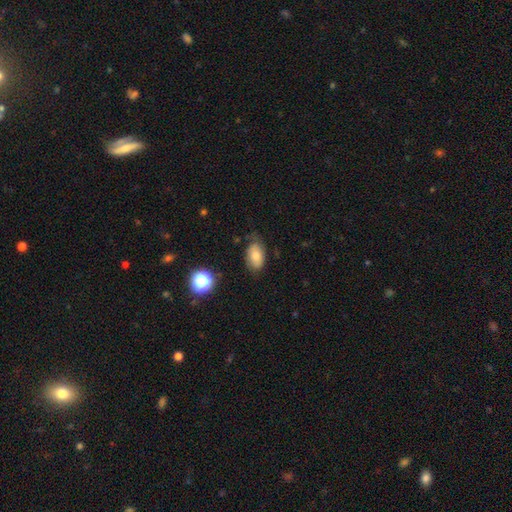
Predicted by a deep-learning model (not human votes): Overall: smooth (74%). How rounded: in between (90%). Merging: none (65%; minor disturbance 26%).